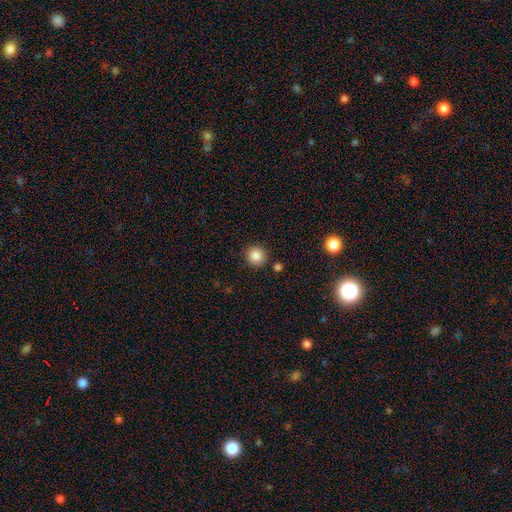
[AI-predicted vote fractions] The model was most divided on "smooth or featured": smooth: 86%, star or artifact: 10%, featured or disk: 5%. More confident: how rounded — round (94%); merging — none (88%).